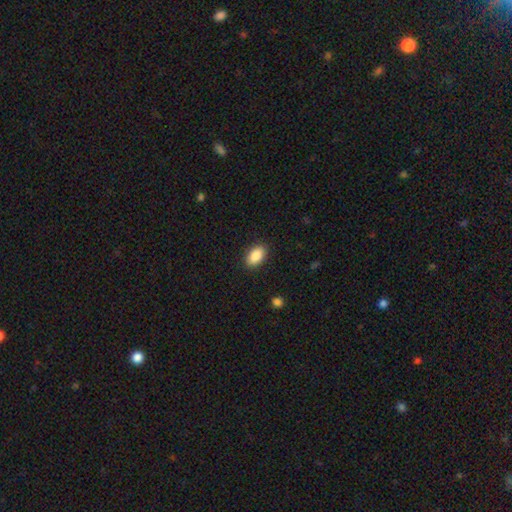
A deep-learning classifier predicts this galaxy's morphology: smooth 88%, star or artifact 7%, featured or disk 5%. Down the decision tree: how rounded — in between (92%); merging — none (89%).